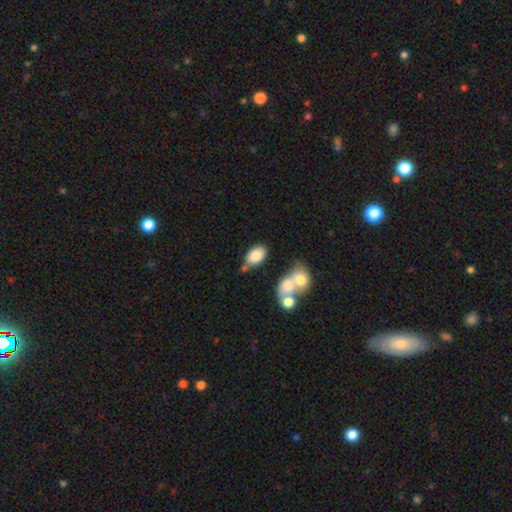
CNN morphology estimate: The model was most divided on "merging": none: 56%, merger: 22%, minor disturbance: 16%, major disturbance: 6%. More confident: how rounded — in between (89%); smooth or featured — smooth (81%).